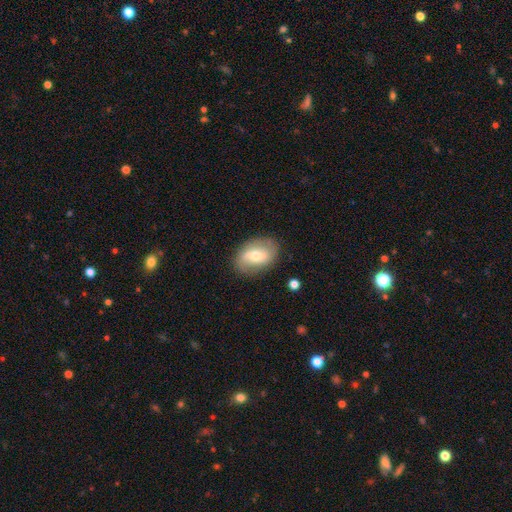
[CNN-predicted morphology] Smooth or featured?
  - smooth: 48% *
  - featured or disk: 45%
  - star or artifact: 7%
Merging?
  - none: 81% *
  - minor disturbance: 13%
  - major disturbance: 4%
  - merger: 1%